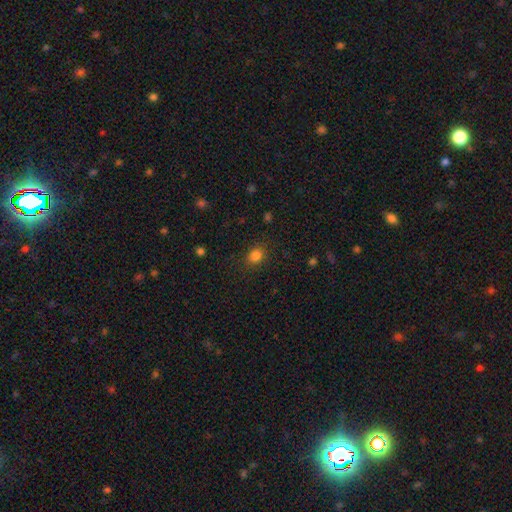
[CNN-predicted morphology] Smooth or featured? Predicted: smooth (p=0.83). How rounded? Predicted: round (p=0.64). Merging? Predicted: none (p=0.85).